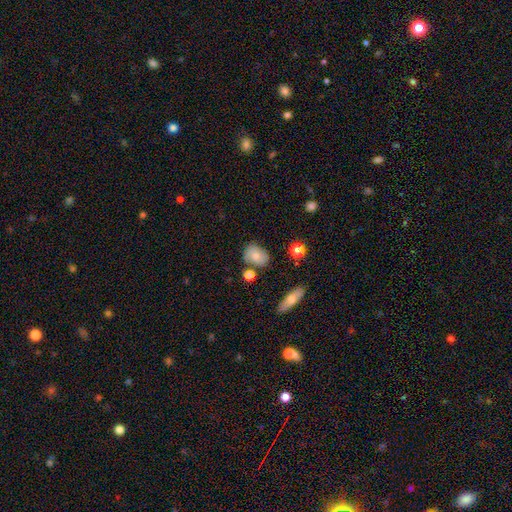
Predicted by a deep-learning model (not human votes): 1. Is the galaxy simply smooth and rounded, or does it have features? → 66% smooth, 24% featured or disk, 10% star or artifact.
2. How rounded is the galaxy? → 57% in between, 41% round, 2% cigar-shaped.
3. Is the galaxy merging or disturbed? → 66% none, 22% minor disturbance, 7% merger, 6% major disturbance.